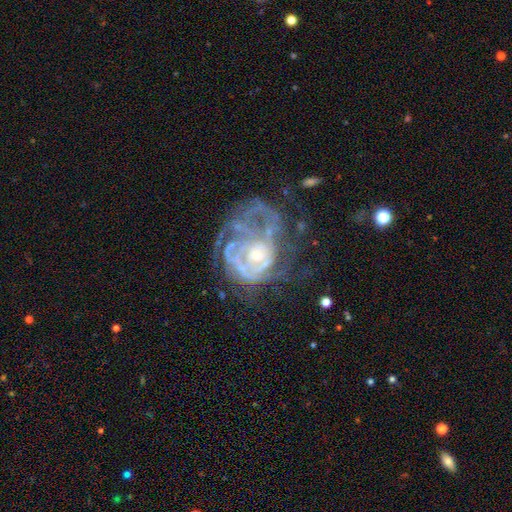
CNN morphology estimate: Overall: featured or disk (80%). Edge-on disk: no (97%). Bar: no (79%). Spiral arms: yes (74%). Spiral arm count: can't tell (51%; 2 15%). Spiral winding: tight (59%; medium 28%). Bulge size: small (52%; moderate 37%). Merging: major disturbance (42%; none 35%).